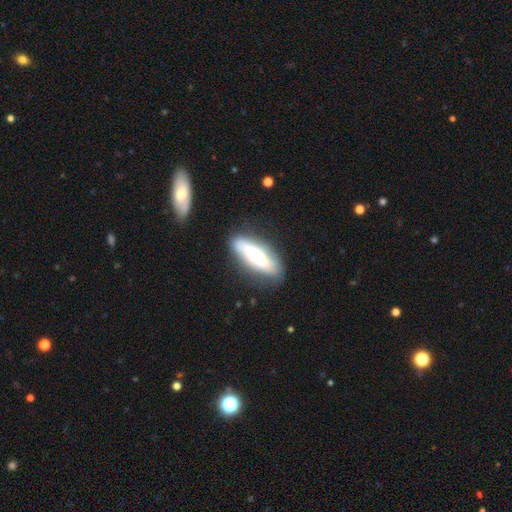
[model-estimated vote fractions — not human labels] Smooth or featured?
  - smooth: 52% *
  - featured or disk: 42%
  - star or artifact: 6%
How rounded?
  - cigar-shaped: 55% *
  - in between: 43%
  - round: 2%
Merging?
  - none: 74% *
  - minor disturbance: 18%
  - major disturbance: 5%
  - merger: 3%